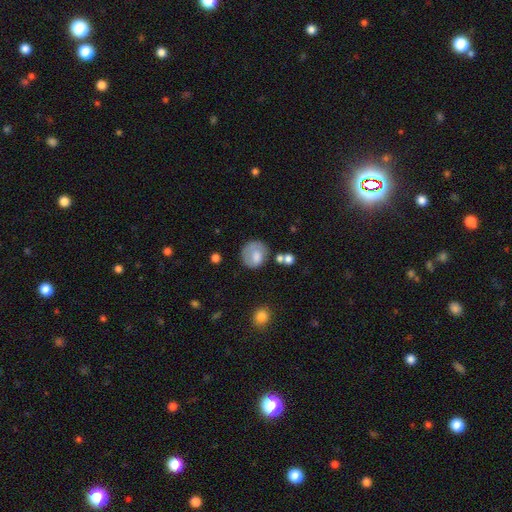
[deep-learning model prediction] This is likely a smooth galaxy (70%). How rounded: likely round (77%). Merging: possibly none (56%).